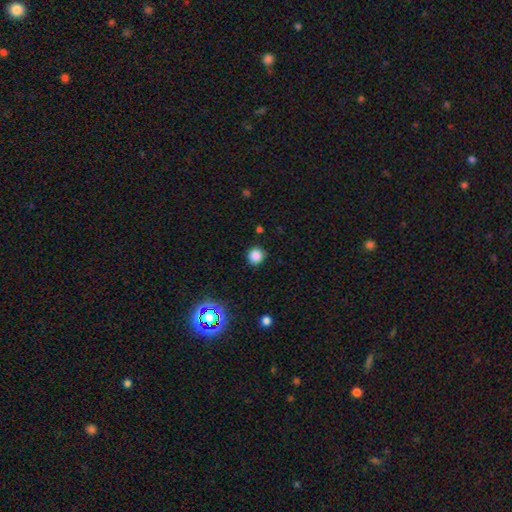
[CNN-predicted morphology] Q: Smooth or featured?
A: smooth (82%); runner-up: star or artifact (14%)
Q: How rounded?
A: round (93%); runner-up: in between (6%)
Q: Merging?
A: none (88%); runner-up: minor disturbance (8%)